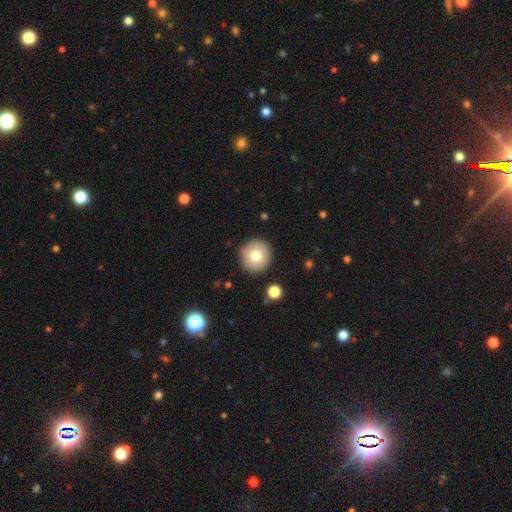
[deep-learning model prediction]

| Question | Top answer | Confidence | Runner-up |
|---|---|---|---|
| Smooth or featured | smooth | 76% | featured or disk (14%) |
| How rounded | round | 94% | in between (5%) |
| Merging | none | 89% | minor disturbance (7%) |